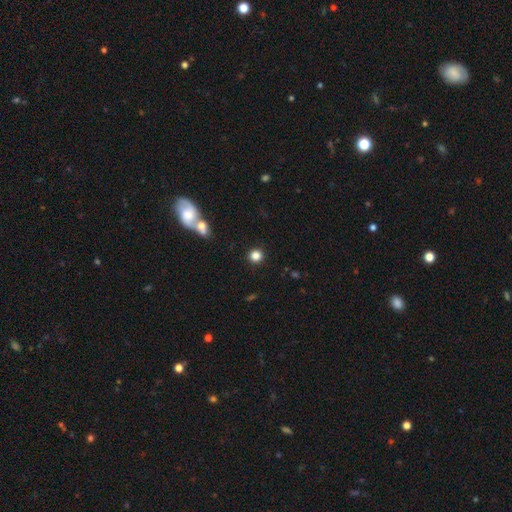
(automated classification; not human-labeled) smooth-or-featured: smooth: 84% | star or artifact: 11% | featured or disk: 5%
  how-rounded: round: 92% | in between: 6% | cigar-shaped: 1%
  merging: none: 89% | minor disturbance: 5% | merger: 3% | major disturbance: 2%